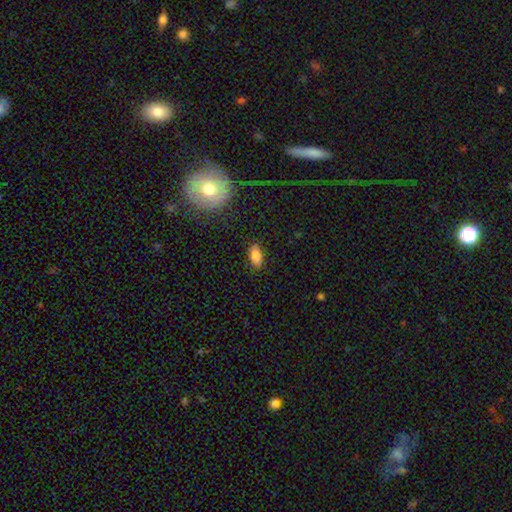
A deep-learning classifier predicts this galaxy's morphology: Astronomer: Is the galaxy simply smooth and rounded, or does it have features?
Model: smooth — 81%.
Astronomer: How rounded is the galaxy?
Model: in between — 89%.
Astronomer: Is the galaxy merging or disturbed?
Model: none — 84%.